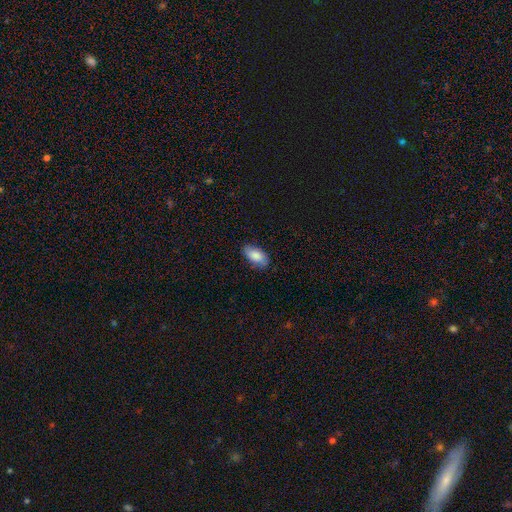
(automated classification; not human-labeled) Q: Smooth or featured?
A: smooth (86%); runner-up: featured or disk (8%)
Q: How rounded?
A: in between (93%); runner-up: cigar-shaped (4%)
Q: Merging?
A: none (80%); runner-up: minor disturbance (16%)